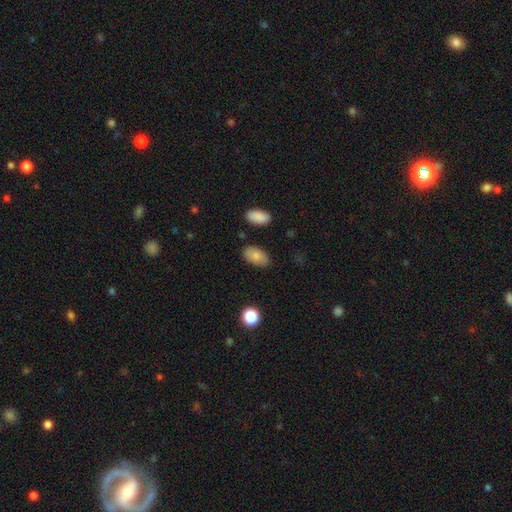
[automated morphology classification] A smooth galaxy with no disk features (83%) that is in between round and cigar-shaped (93%).

Vote fractions:
- Smooth or featured? smooth: 83% / featured or disk: 10% / star or artifact: 7%
- How rounded? in between: 93% / round: 5% / cigar-shaped: 2%
- Merging? none: 83% / minor disturbance: 12% / major disturbance: 3% / merger: 2%